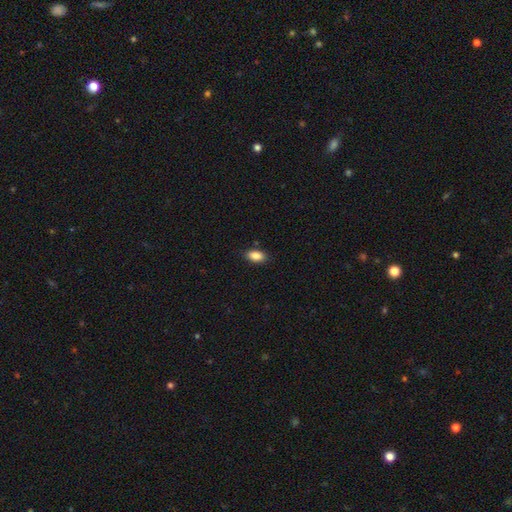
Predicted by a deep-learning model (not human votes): Overall: smooth (88%). How rounded: in between (92%). Merging: none (86%).